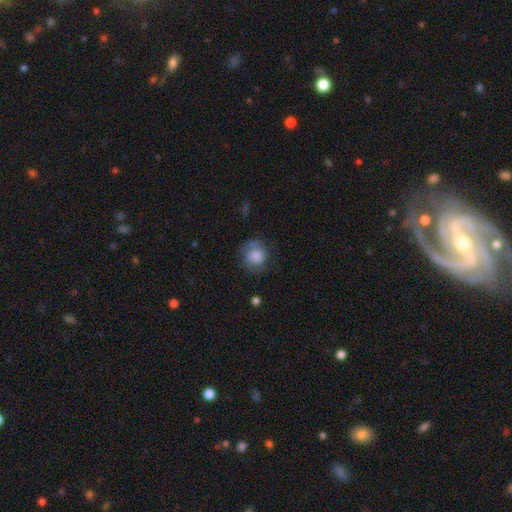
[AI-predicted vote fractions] Morphology: type=smooth (65%); roundness=round (83%); merging=none (63%).